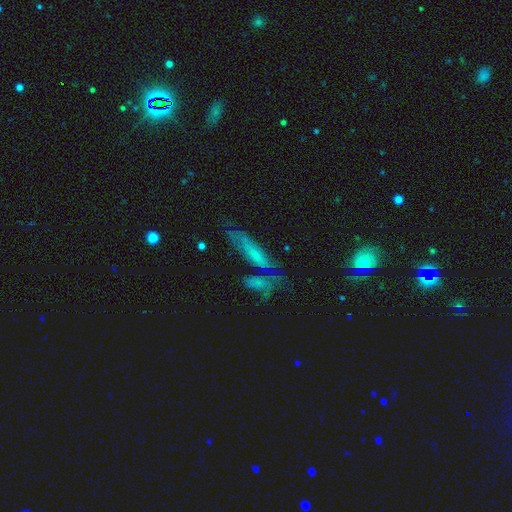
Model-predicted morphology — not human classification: This appears to be a featured or disk galaxy (41%). Merging: none (56%).